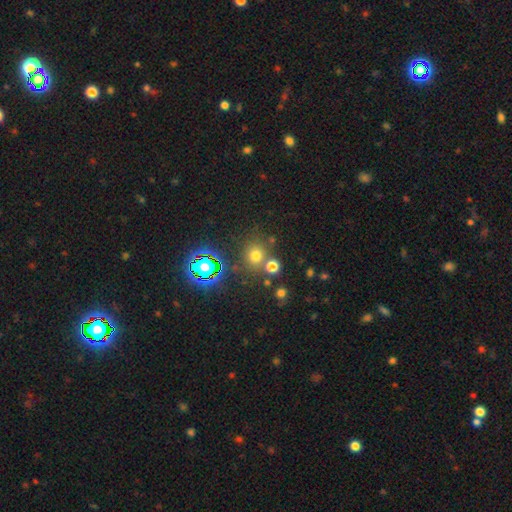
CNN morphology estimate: smooth_or_featured: smooth (p=0.65) [alt: star or artifact p=0.27]
how_rounded: round (p=0.86) [alt: in between p=0.13]
merging: none (p=0.74) [alt: merger p=0.13]